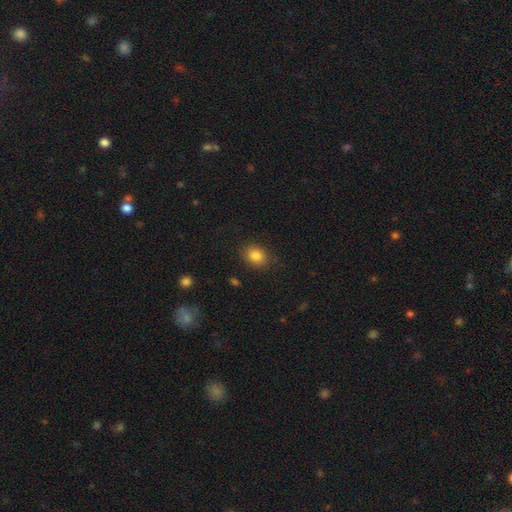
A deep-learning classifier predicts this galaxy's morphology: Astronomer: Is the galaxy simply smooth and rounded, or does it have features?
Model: smooth — 84%.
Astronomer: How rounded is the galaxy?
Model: in between — 50% (runner-up: round, 49%).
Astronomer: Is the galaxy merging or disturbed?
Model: none — 85%.